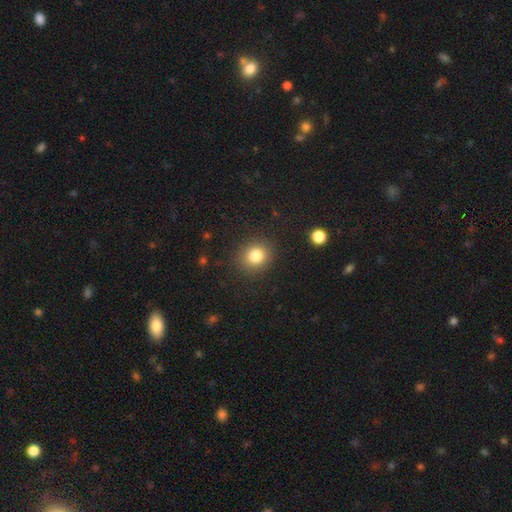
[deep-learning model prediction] Q: Smooth or featured?
A: smooth (81%); runner-up: star or artifact (12%)
Q: How rounded?
A: round (79%); runner-up: in between (20%)
Q: Merging?
A: none (88%); runner-up: minor disturbance (8%)